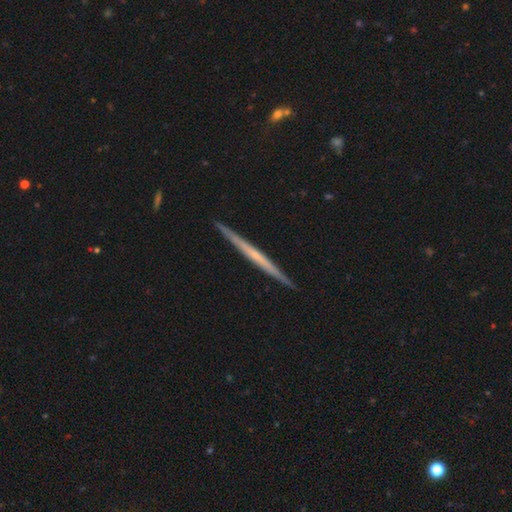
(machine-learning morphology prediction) Smooth or featured? featured or disk (67%)
Edge-on disk? yes (98%)
Edge-on bulge? none (75%)
Merging? none (92%)